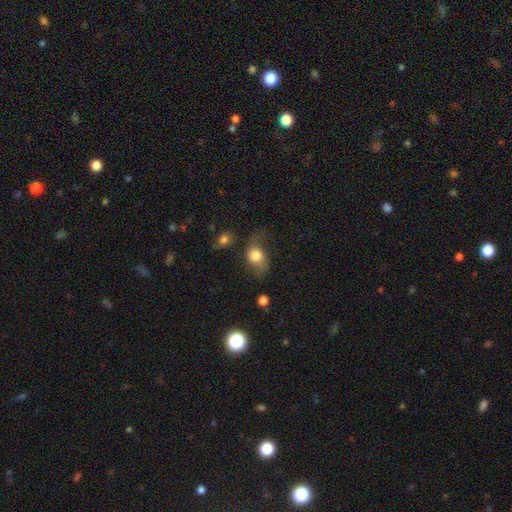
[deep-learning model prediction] Smooth or featured? smooth (64%)
How rounded? in between (58%)
Merging? none (38%)